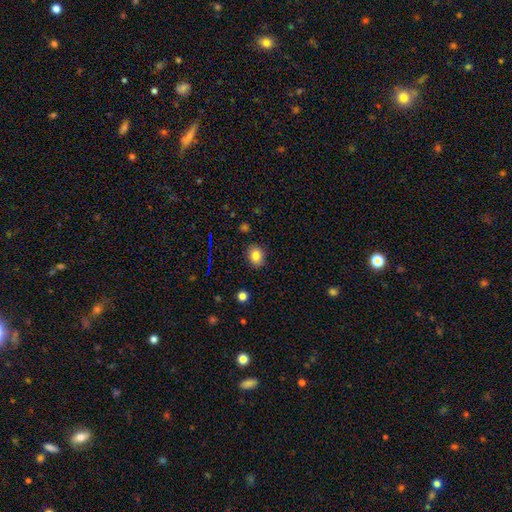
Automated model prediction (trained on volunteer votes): Smooth or featured?
  - smooth: 82% *
  - star or artifact: 11%
  - featured or disk: 7%
How rounded?
  - round: 50% *
  - in between: 49%
  - cigar-shaped: 1%
Merging?
  - none: 88% *
  - minor disturbance: 9%
  - major disturbance: 2%
  - merger: 1%